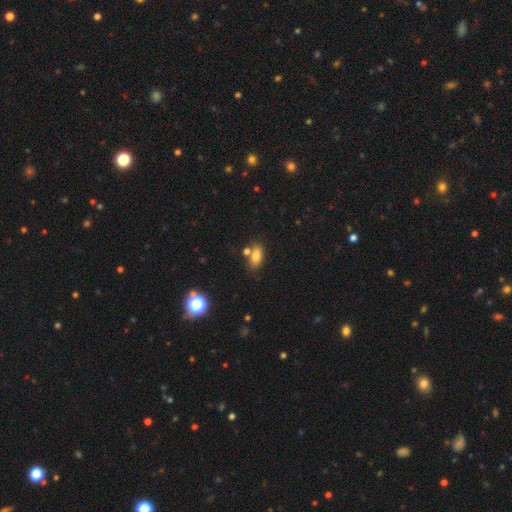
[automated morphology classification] Smooth or featured? smooth (79%)
How rounded? in between (85%)
Merging? none (64%)